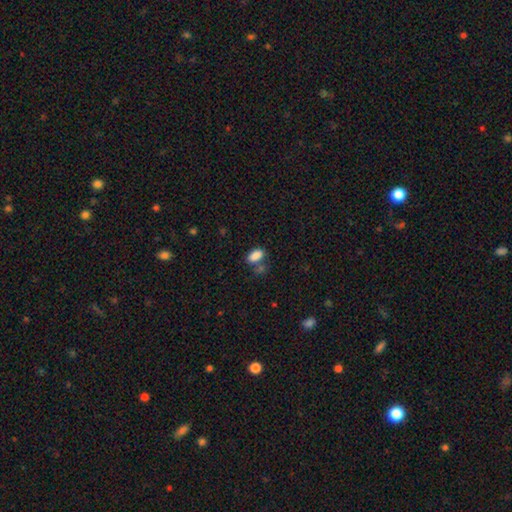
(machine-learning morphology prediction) Q: Smooth or featured?
A: smooth (86%); runner-up: star or artifact (9%)
Q: How rounded?
A: in between (89%); runner-up: cigar-shaped (5%)
Q: Merging?
A: none (58%); runner-up: merger (21%)